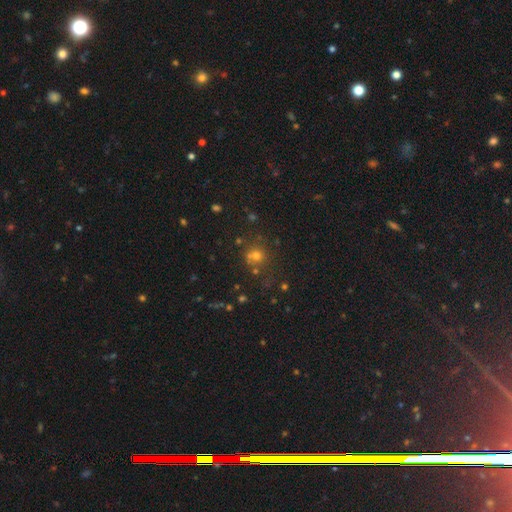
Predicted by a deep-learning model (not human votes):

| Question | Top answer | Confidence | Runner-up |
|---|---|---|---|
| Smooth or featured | smooth | 59% | star or artifact (30%) |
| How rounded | round | 85% | in between (14%) |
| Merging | none | 64% | merger (18%) |